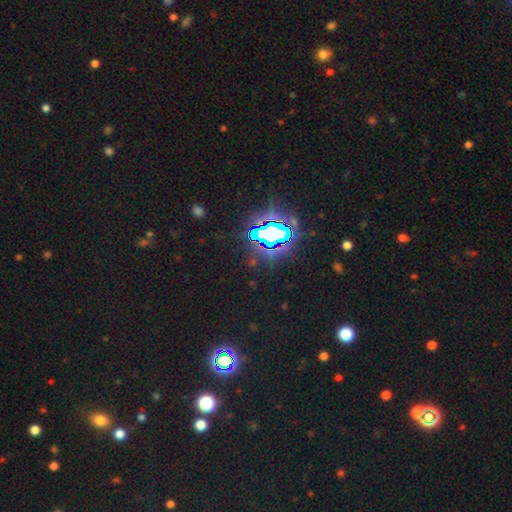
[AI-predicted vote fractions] Q: Smooth or featured?
A: star or artifact (83%); runner-up: smooth (11%)